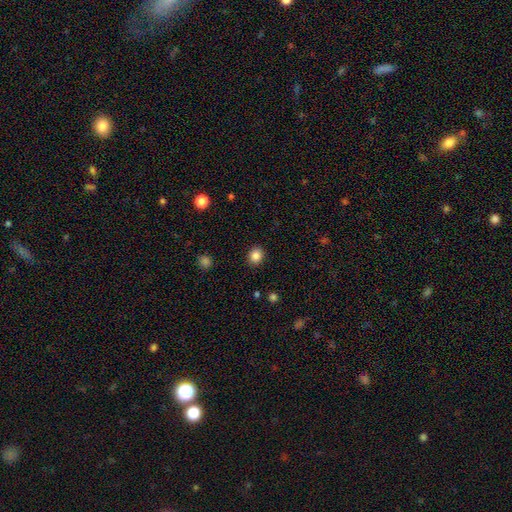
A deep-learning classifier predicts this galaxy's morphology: Smooth or featured? Predicted: smooth (p=0.85). How rounded? Predicted: round (p=0.71). Merging? Predicted: none (p=0.91).